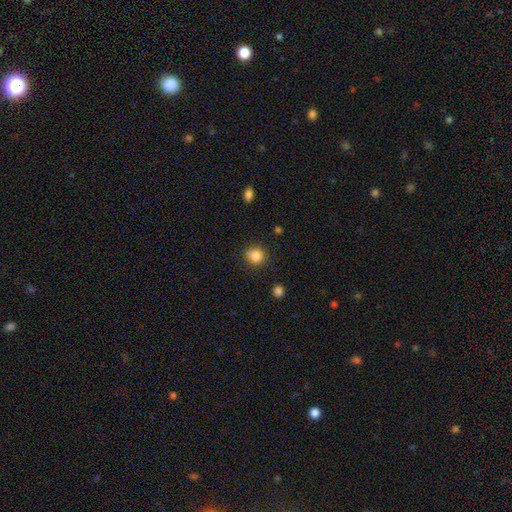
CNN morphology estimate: type=smooth (85%); roundness=round (83%); merging=none (83%).